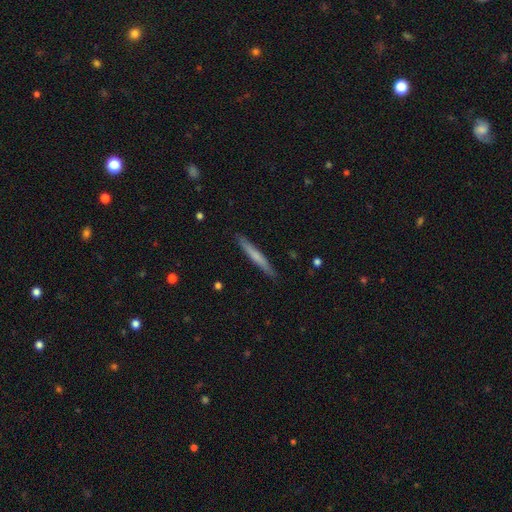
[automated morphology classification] smooth_or_featured: smooth (p=0.61) [alt: featured or disk p=0.34]
how_rounded: cigar-shaped (p=0.96) [alt: in between p=0.02]
merging: none (p=0.90) [alt: minor disturbance p=0.07]